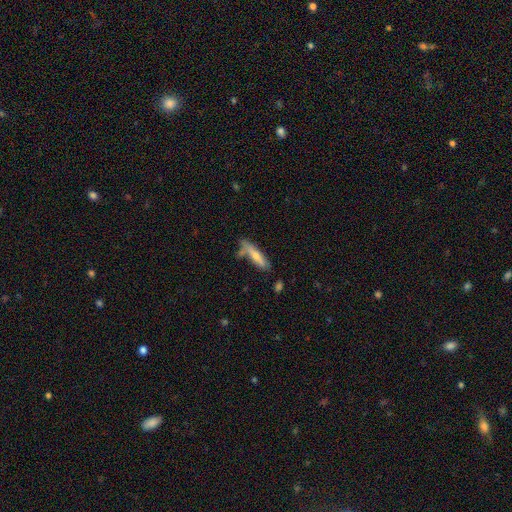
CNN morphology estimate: smooth_or_featured: smooth (p=0.54) [alt: featured or disk p=0.39]
how_rounded: cigar-shaped (p=0.81) [alt: in between p=0.17]
merging: none (p=0.60) [alt: minor disturbance p=0.22]